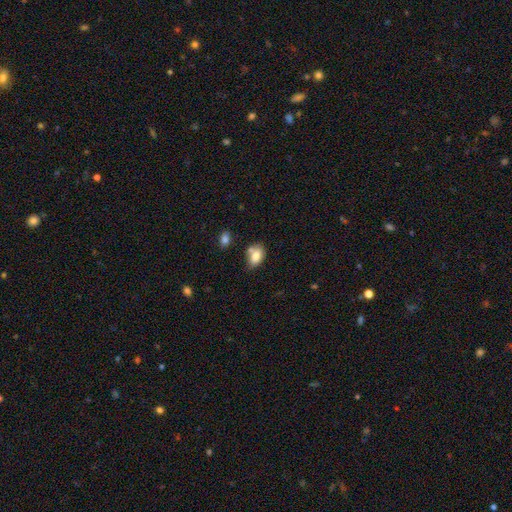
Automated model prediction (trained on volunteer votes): Q: Smooth or featured?
A: smooth (78%); runner-up: featured or disk (13%)
Q: How rounded?
A: in between (84%); runner-up: round (14%)
Q: Merging?
A: none (46%); runner-up: merger (26%)